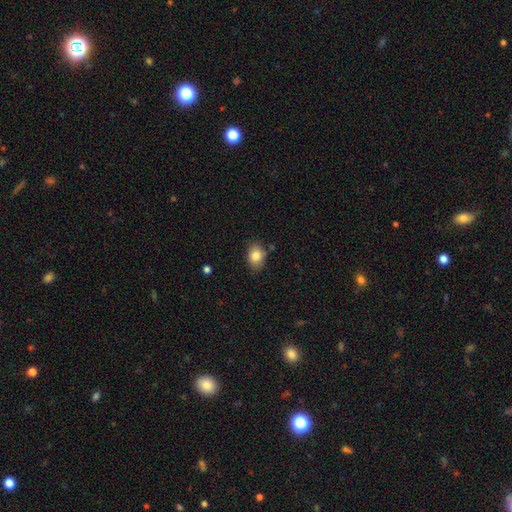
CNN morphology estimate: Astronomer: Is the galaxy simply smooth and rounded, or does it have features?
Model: smooth — 83%.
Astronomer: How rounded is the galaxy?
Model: in between — 73%.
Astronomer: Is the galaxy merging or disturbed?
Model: none — 80%.